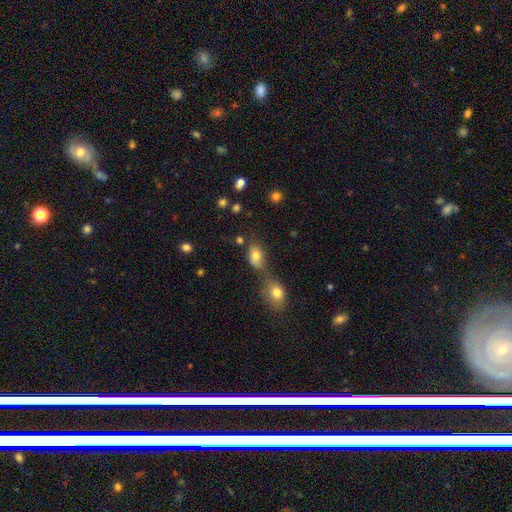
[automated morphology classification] Smooth or featured?
  - smooth: 79% *
  - star or artifact: 11%
  - featured or disk: 10%
How rounded?
  - in between: 79% *
  - round: 19%
  - cigar-shaped: 2%
Merging?
  - merger: 42% *
  - none: 38%
  - minor disturbance: 13%
  - major disturbance: 7%